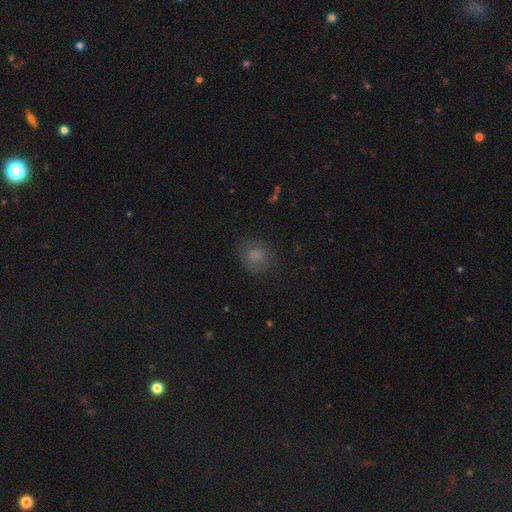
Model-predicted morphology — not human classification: This appears to be a smooth galaxy with no disk features (80%) that is round (76%). Merging: none (79%).